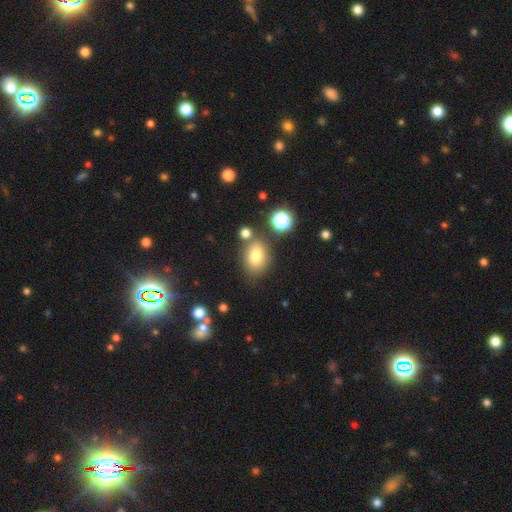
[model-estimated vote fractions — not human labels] The model was most divided on "how rounded": in between: 71%, round: 28%, cigar-shaped: 1%. More confident: smooth or featured — smooth (77%); merging — none (71%).